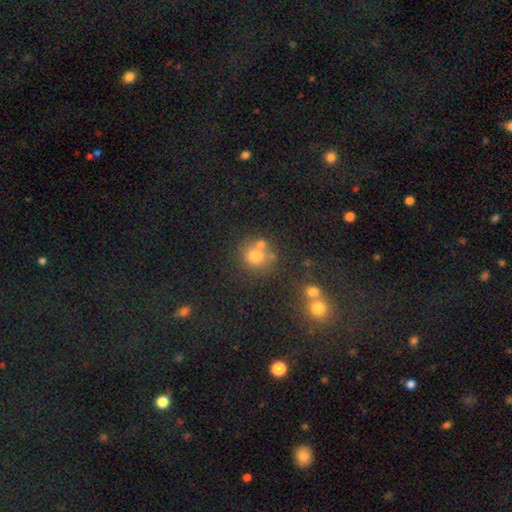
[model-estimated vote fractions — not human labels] Smooth or featured? Predicted: smooth (p=0.72). How rounded? Predicted: round (p=0.86). Merging? Predicted: none (p=0.58).